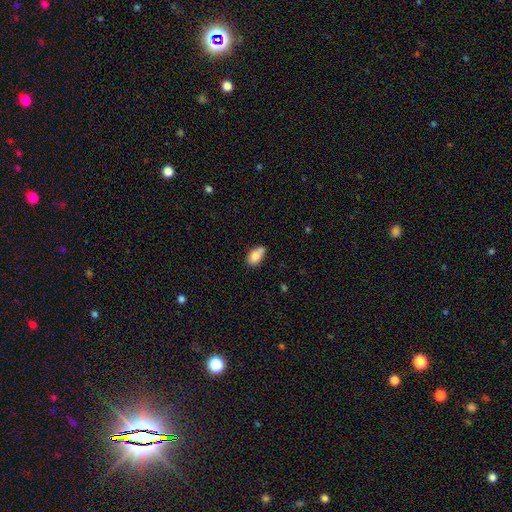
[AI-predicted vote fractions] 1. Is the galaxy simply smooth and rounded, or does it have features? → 82% smooth, 10% featured or disk, 8% star or artifact.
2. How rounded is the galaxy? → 88% in between, 8% round, 3% cigar-shaped.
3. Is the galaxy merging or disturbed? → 53% none, 26% minor disturbance, 16% merger, 6% major disturbance.